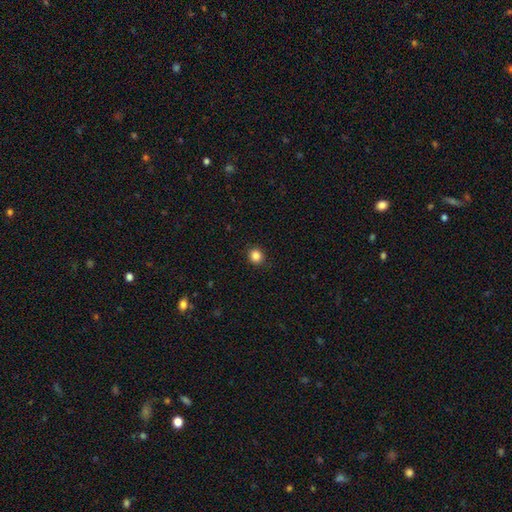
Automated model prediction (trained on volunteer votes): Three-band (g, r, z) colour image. It shows a smooth galaxy with no disk features (85%) that is round (89%). Merging: none (92%).